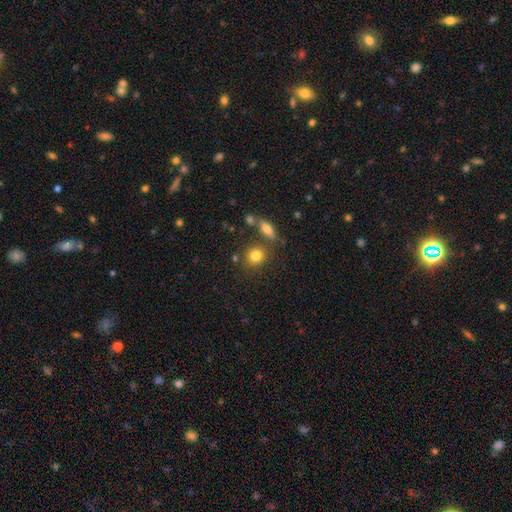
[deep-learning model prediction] The model was most divided on "how rounded": round: 75%, in between: 23%, cigar-shaped: 2%. More confident: smooth or featured — smooth (80%); merging — none (74%).